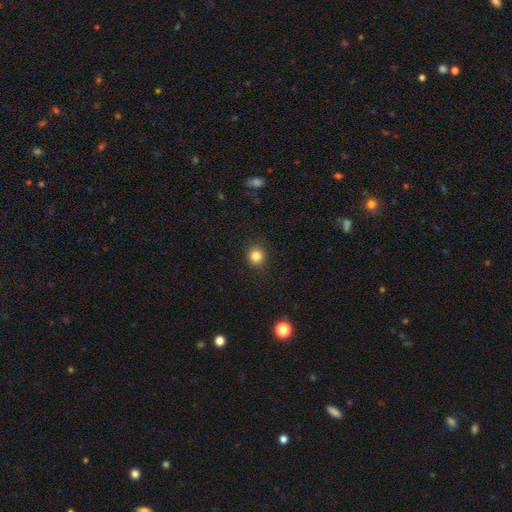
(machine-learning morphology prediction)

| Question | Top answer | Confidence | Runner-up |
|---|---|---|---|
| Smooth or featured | smooth | 83% | star or artifact (12%) |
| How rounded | round | 90% | in between (10%) |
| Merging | none | 89% | minor disturbance (8%) |